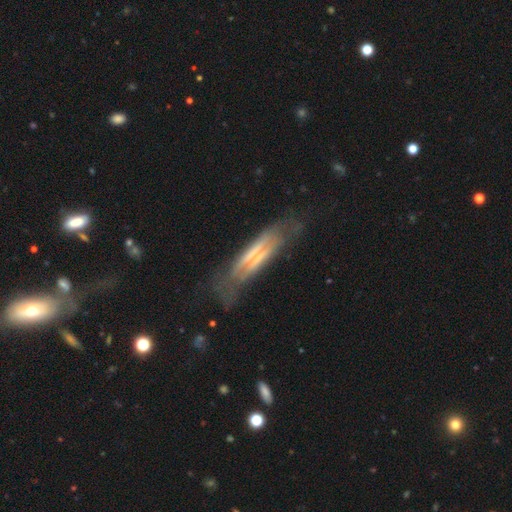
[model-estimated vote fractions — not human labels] This appears to be a featured or disk galaxy (65%) viewed edge-on (72%). Merging: none (59%).